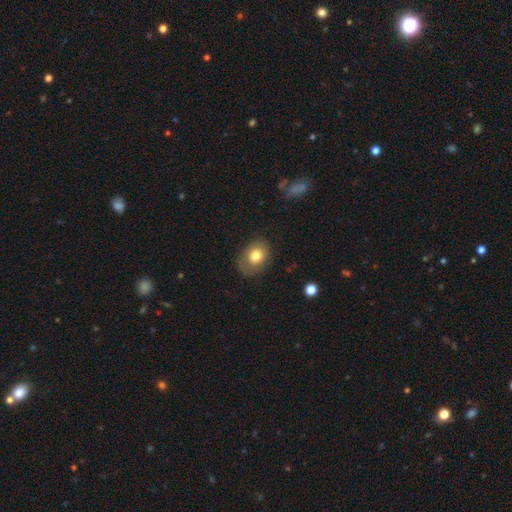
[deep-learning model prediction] Smooth or featured: smooth — 76% (featured or disk — 16%)
How rounded: in between — 60% (round — 39%)
Merging: none — 69% (minor disturbance — 22%)